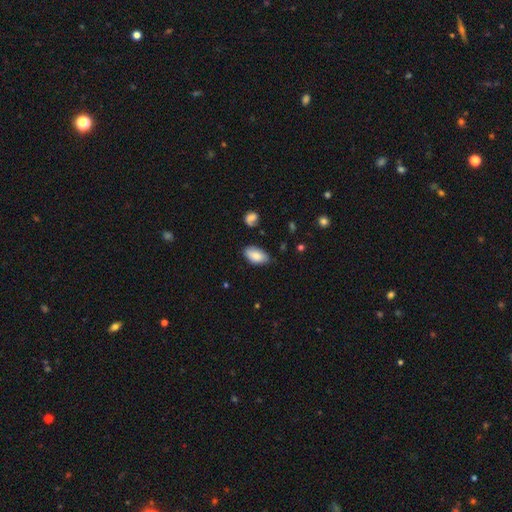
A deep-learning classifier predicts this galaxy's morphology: Overall: smooth (84%). How rounded: in between (94%). Merging: none (72%).